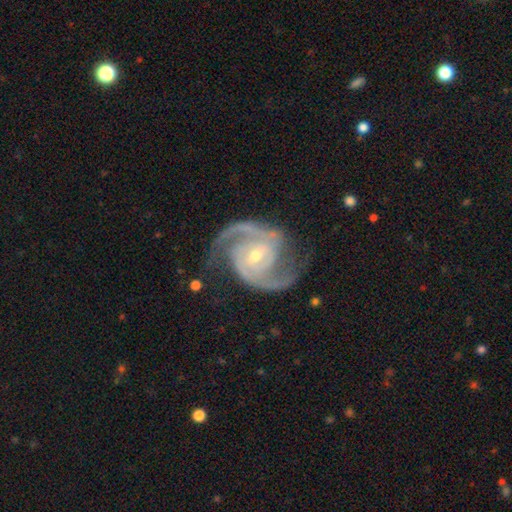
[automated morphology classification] Smooth or featured? featured or disk (93%)
Edge-on disk? no (98%)
Bar? weak (43%)
Spiral arms? yes (98%)
Spiral winding? medium (57%)
Spiral arm count? 2 (89%)
Bulge size? small (51%)
Merging? none (74%)